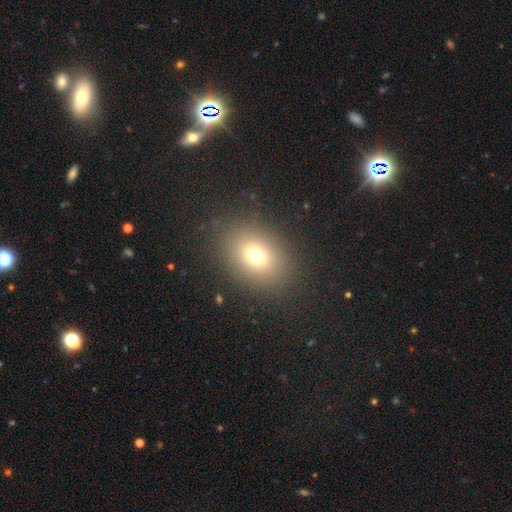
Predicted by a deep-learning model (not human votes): Overall: smooth (73%). How rounded: in between (64%; round 35%). Merging: none (86%).